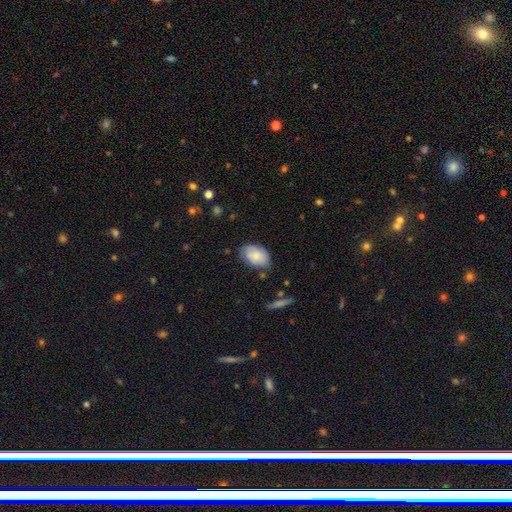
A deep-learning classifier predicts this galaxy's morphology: The model was most divided on "merging": none: 69%, minor disturbance: 23%, major disturbance: 5%, merger: 3%. More confident: how rounded — in between (89%); smooth or featured — smooth (76%).